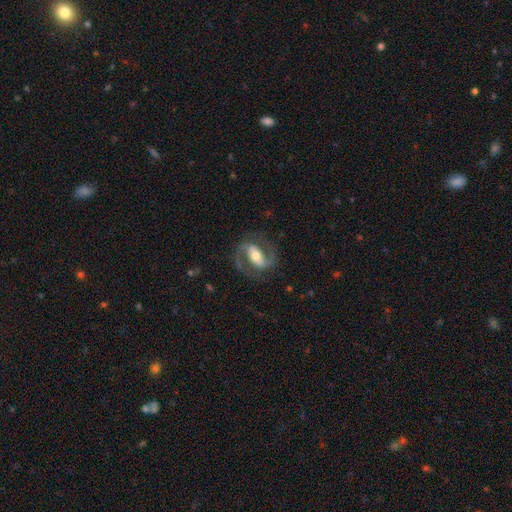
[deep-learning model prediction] This appears to be a featured or disk galaxy (85%) with a strong bar (51%), 2 (92%) medium (57%) spiral arms (95%) and a moderate central bulge (62%). Merging: none (77%).